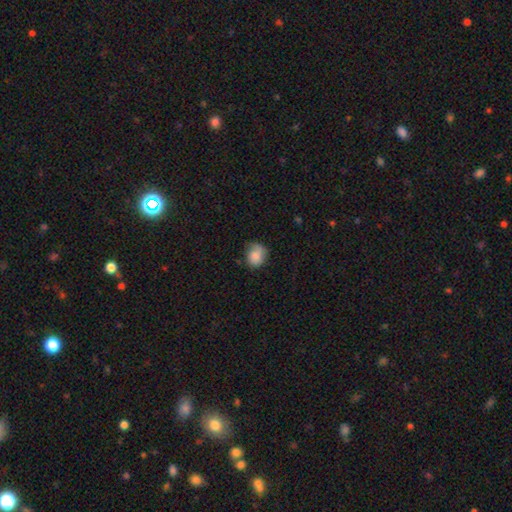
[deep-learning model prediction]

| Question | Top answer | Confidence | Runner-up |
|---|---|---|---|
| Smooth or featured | smooth | 83% | featured or disk (9%) |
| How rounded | round | 66% | in between (33%) |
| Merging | none | 57% | minor disturbance (32%) |